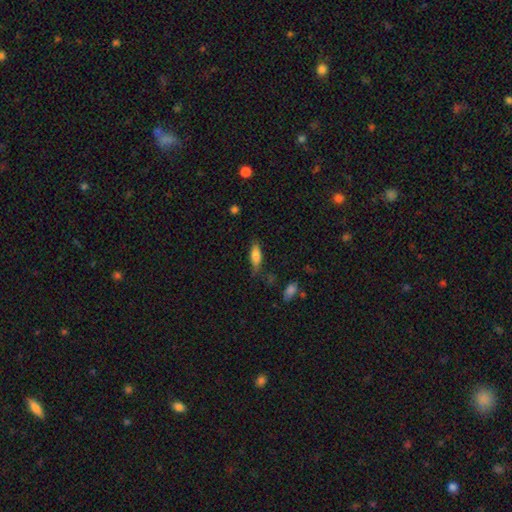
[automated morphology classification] smooth 78%, featured or disk 14%, star or artifact 8%. Down the decision tree: how rounded — in between (63%); merging — none (68%).